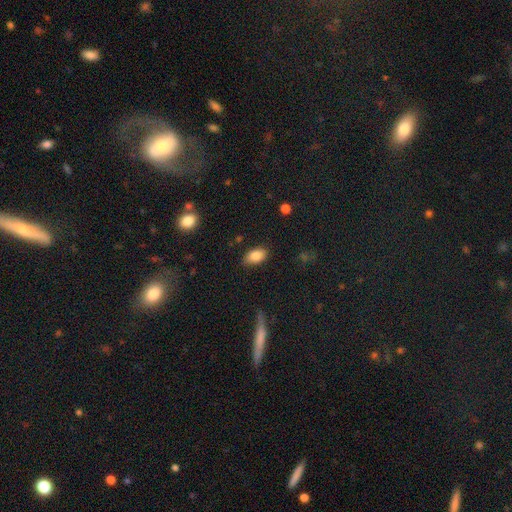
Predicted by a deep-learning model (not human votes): smooth 85%, star or artifact 8%, featured or disk 7%. Down the decision tree: how rounded — in between (90%); merging — none (81%).